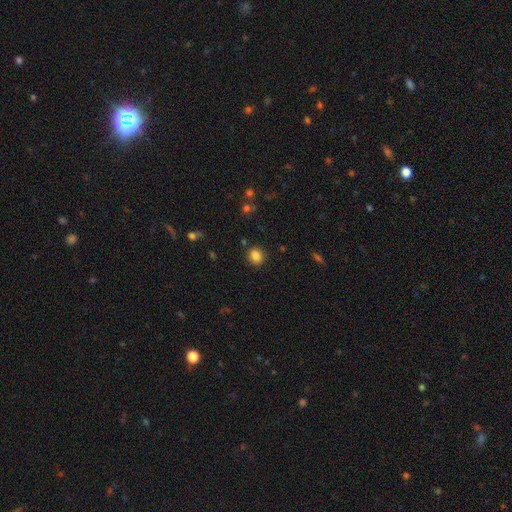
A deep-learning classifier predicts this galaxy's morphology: The model was most divided on "how rounded": round: 71%, in between: 28%, cigar-shaped: 1%. More confident: merging — none (87%); smooth or featured — smooth (85%).